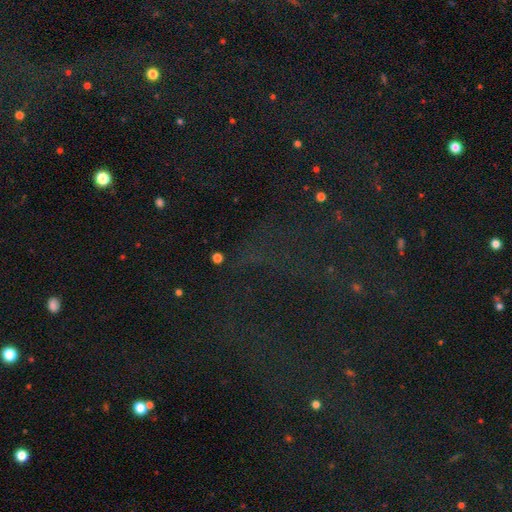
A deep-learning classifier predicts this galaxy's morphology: Overall: star or artifact (77%).